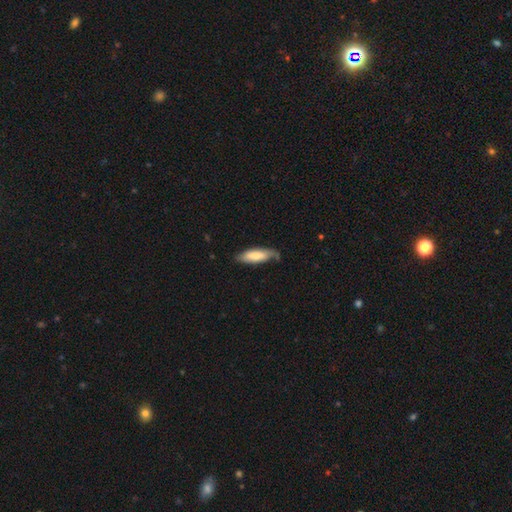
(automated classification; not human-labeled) Q: Smooth or featured?
A: smooth (71%); runner-up: featured or disk (24%)
Q: How rounded?
A: in between (50%); runner-up: cigar-shaped (49%)
Q: Merging?
A: none (61%); runner-up: minor disturbance (30%)